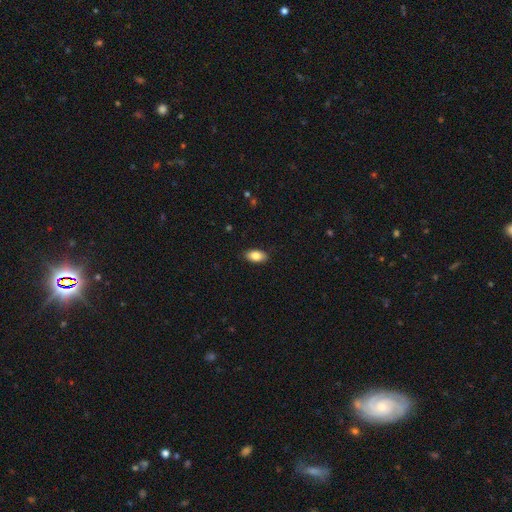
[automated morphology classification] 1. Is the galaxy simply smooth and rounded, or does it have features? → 83% smooth, 10% featured or disk, 7% star or artifact.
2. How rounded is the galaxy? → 93% in between, 4% round, 3% cigar-shaped.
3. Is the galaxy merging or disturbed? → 88% none, 9% minor disturbance, 2% major disturbance, 1% merger.